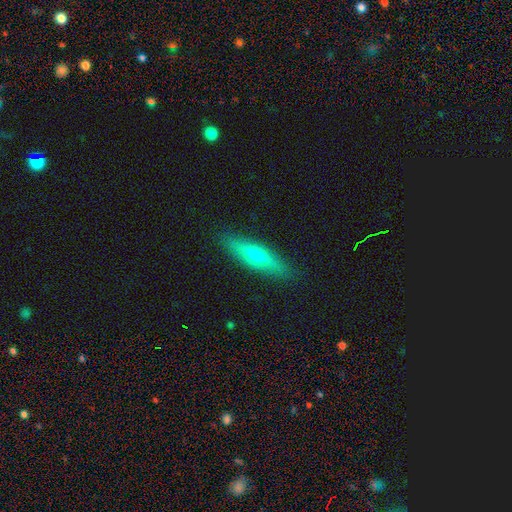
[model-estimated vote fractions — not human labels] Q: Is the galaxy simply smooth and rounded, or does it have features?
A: smooth — 55%.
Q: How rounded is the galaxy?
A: cigar-shaped — 69%.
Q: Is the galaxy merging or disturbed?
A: none — 88%.